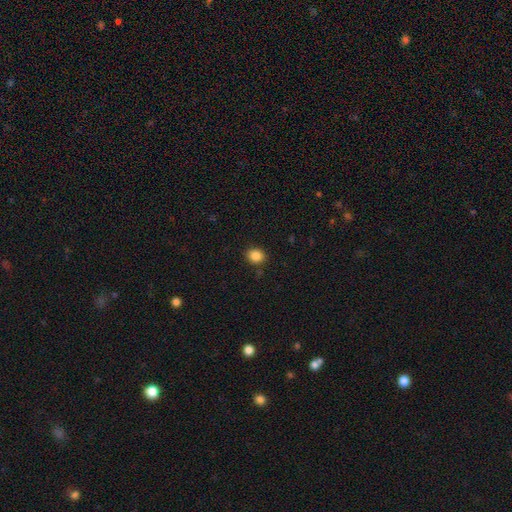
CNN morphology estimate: The model was most divided on "how rounded": round: 71%, in between: 28%, cigar-shaped: 1%. More confident: merging — none (88%); smooth or featured — smooth (86%).